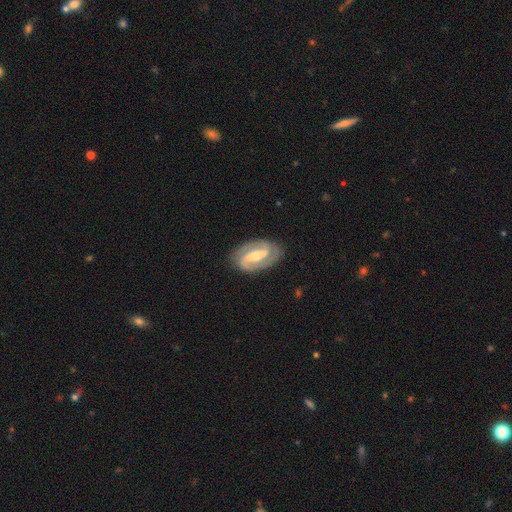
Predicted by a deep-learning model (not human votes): smooth_or_featured: featured or disk (p=0.89) [alt: smooth p=0.07]
disk_edge_on: no (p=0.96) [alt: yes p=0.04]
bar: strong (p=0.58) [alt: weak p=0.30]
has_spiral_arms: yes (p=0.95) [alt: no p=0.05]
spiral_winding: medium (p=0.45) [alt: tight p=0.38]
spiral_arm_count: 2 (p=0.92) [alt: can't tell p=0.03]
bulge_size: moderate (p=0.55) [alt: small p=0.40]
merging: none (p=0.85) [alt: minor disturbance p=0.11]